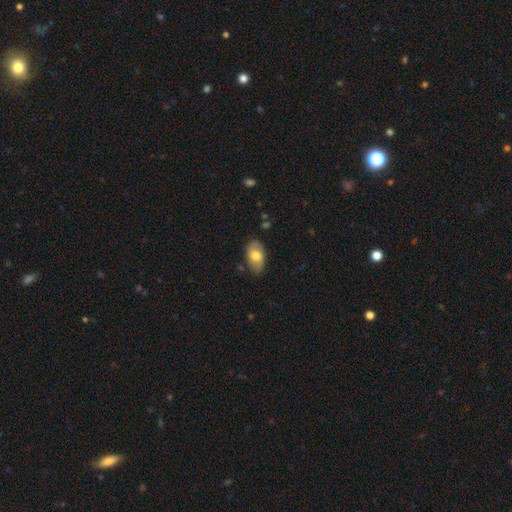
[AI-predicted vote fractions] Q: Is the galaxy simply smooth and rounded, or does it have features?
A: smooth — 71%.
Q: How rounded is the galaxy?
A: in between — 93%.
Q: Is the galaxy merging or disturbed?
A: none — 77%.